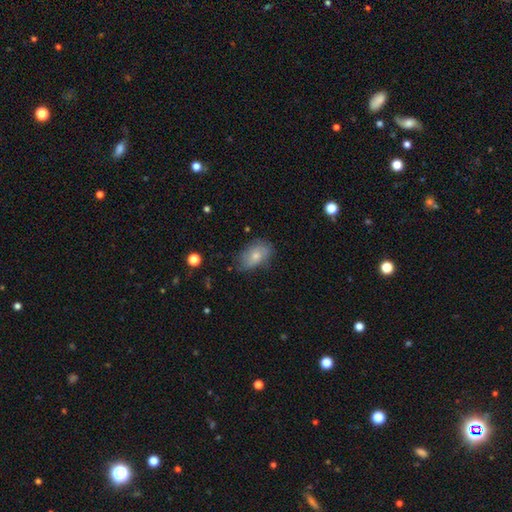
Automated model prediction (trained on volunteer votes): Smooth or featured? smooth (67%)
How rounded? in between (88%)
Merging? none (62%)